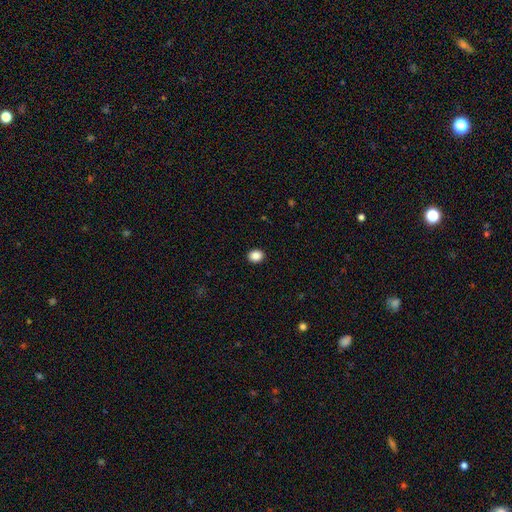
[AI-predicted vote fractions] The model was most divided on "how rounded": round: 58%, in between: 41%, cigar-shaped: 1%. More confident: merging — none (92%); smooth or featured — smooth (88%).